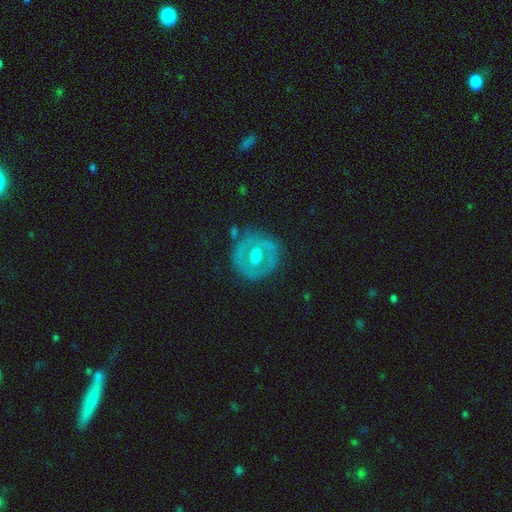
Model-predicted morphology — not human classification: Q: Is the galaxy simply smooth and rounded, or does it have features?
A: featured or disk — 62%.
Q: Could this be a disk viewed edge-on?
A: no — 95%.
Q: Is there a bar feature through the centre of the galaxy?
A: no — 54%.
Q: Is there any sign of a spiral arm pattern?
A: no — 75%.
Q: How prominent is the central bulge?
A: moderate — 77%.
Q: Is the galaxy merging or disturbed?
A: none — 79%.